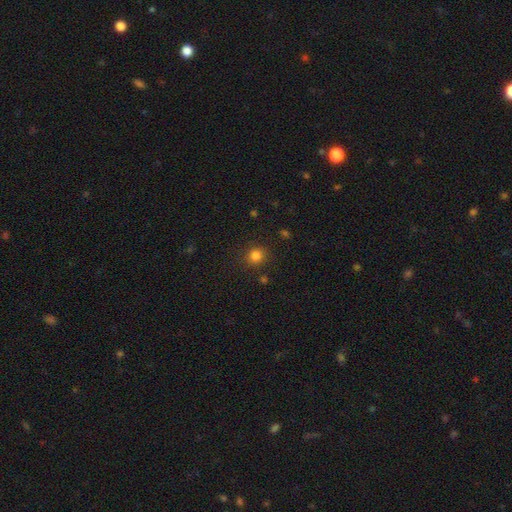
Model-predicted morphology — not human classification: Overall: smooth (82%). How rounded: round (89%). Merging: none (87%).